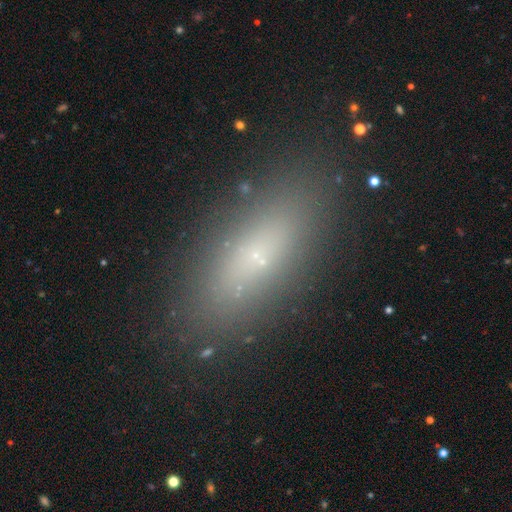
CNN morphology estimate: Smooth or featured? smooth (63%)
How rounded? in between (58%)
Merging? none (84%)